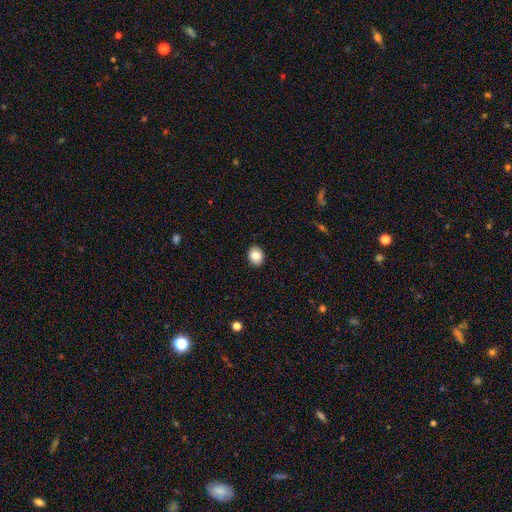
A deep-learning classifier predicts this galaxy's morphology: smooth 86%, star or artifact 9%, featured or disk 5%. Down the decision tree: how rounded — round (59%); merging — none (91%).